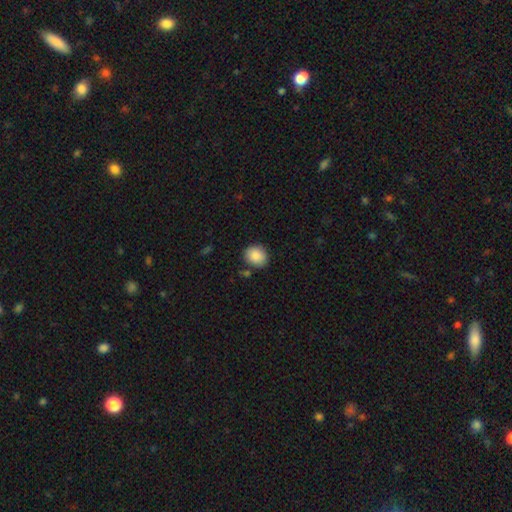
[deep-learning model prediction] The model was most divided on "how rounded": round: 68%, in between: 31%, cigar-shaped: 1%. More confident: smooth or featured — smooth (87%); merging — none (82%).